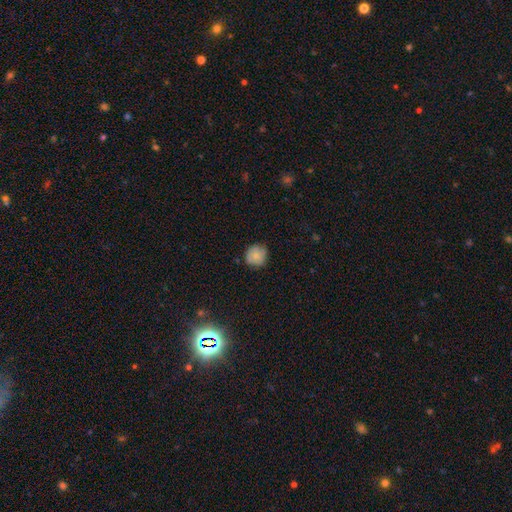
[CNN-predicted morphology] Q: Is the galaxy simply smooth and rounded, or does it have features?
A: smooth — 76%.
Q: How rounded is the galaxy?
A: round — 90%.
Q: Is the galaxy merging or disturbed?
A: none — 77%.